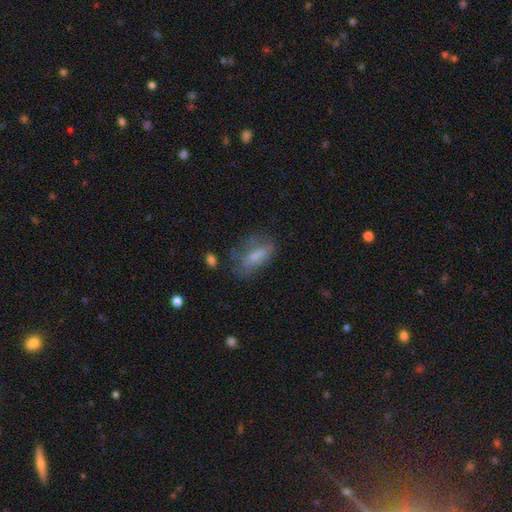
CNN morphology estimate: A smooth galaxy with no disk features (65%) that is in between round and cigar-shaped (67%). Merging: none (49%).